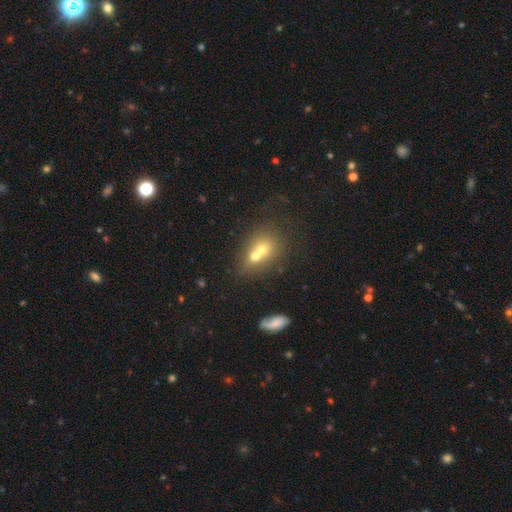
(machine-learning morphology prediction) This appears to be a smooth galaxy with no disk features (57%) that is in between round and cigar-shaped (53%). Merging: merger (55%).